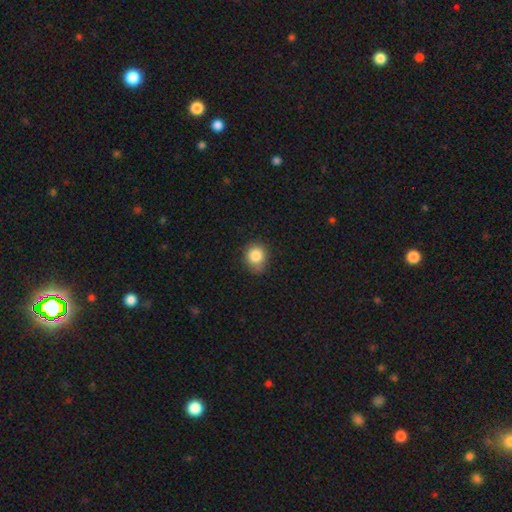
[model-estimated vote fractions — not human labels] A smooth galaxy with no disk features (85%) that is round (80%).

Vote fractions:
- Smooth or featured? smooth: 85% / star or artifact: 10% / featured or disk: 5%
- How rounded? round: 80% / in between: 19% / cigar-shaped: 1%
- Merging? none: 74% / minor disturbance: 21% / major disturbance: 4% / merger: 2%